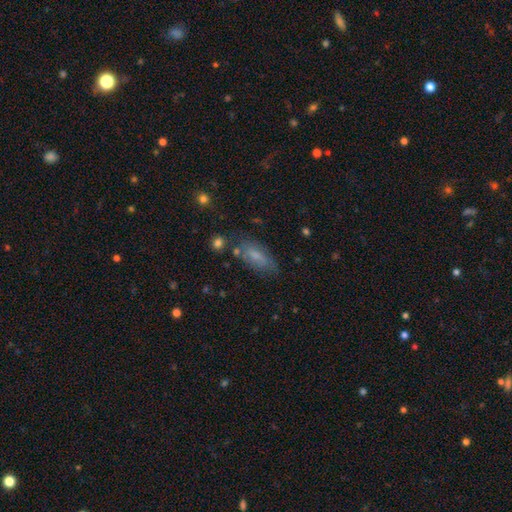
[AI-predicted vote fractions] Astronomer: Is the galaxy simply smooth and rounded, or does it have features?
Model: smooth — 67%.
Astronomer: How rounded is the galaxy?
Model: in between — 78%.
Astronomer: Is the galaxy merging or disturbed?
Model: none — 68%.